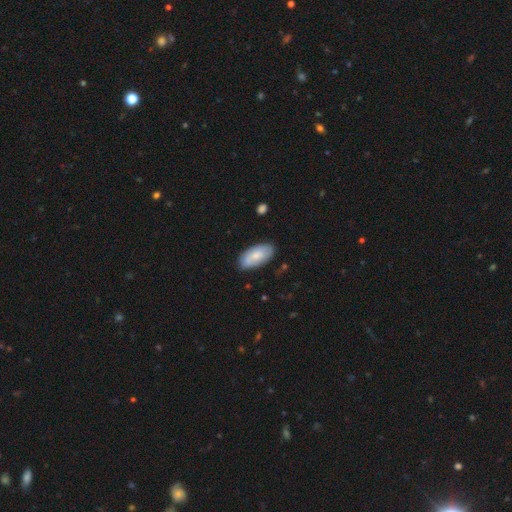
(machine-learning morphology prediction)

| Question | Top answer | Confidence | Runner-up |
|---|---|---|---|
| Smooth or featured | smooth | 68% | featured or disk (26%) |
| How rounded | in between | 94% | cigar-shaped (4%) |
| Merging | none | 79% | minor disturbance (16%) |